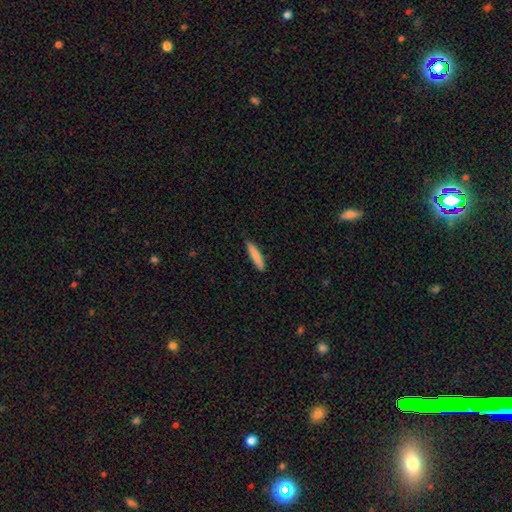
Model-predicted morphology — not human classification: Smooth or featured? smooth (83%)
How rounded? cigar-shaped (87%)
Merging? none (90%)